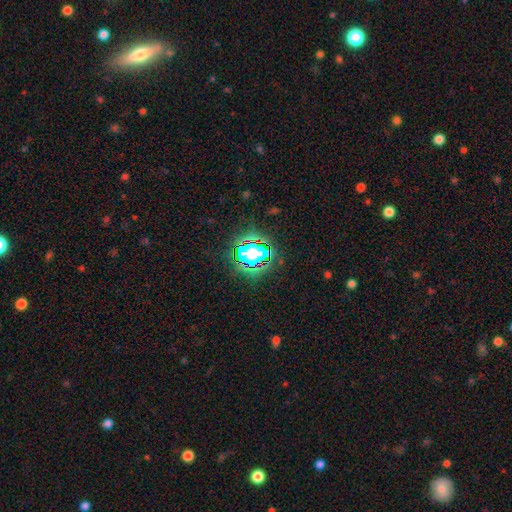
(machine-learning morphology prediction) star or artifact 60%, smooth 26%, featured or disk 14%.